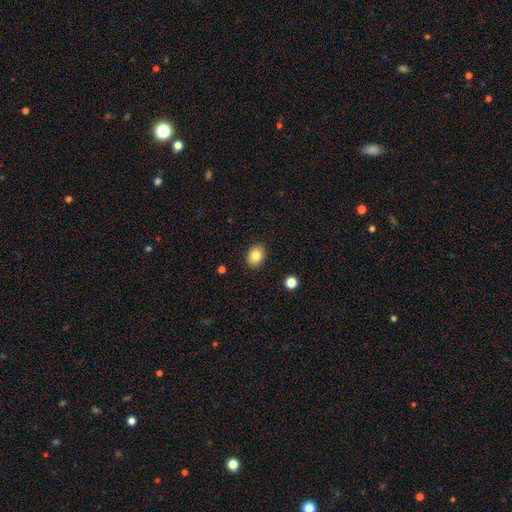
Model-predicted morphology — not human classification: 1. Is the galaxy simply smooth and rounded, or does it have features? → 83% smooth, 9% star or artifact, 9% featured or disk.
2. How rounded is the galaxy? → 62% in between, 37% round, 1% cigar-shaped.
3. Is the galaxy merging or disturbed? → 89% none, 8% minor disturbance, 2% major disturbance, 1% merger.